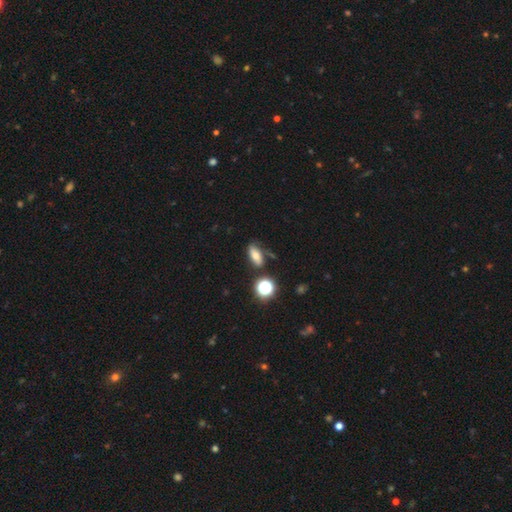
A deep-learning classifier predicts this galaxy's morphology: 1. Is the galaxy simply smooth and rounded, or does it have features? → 67% smooth, 18% featured or disk, 15% star or artifact.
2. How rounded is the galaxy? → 75% in between, 13% cigar-shaped, 12% round.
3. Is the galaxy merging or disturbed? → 66% none, 20% minor disturbance, 7% major disturbance, 7% merger.